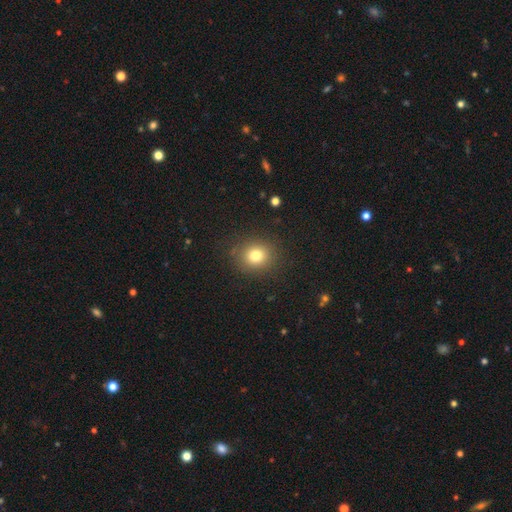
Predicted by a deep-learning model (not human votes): smooth_or_featured: smooth (p=0.78) [alt: star or artifact p=0.14]
how_rounded: round (p=0.81) [alt: in between p=0.18]
merging: none (p=0.87) [alt: minor disturbance p=0.08]